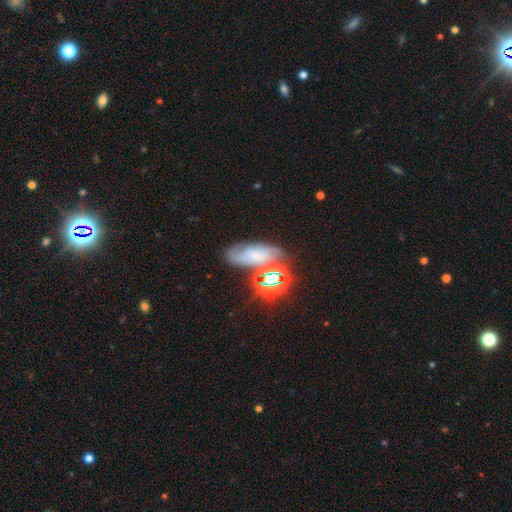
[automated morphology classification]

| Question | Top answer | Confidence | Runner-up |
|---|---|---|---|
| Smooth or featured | featured or disk | 36% | smooth (33%) |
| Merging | none | 56% | minor disturbance (20%) |